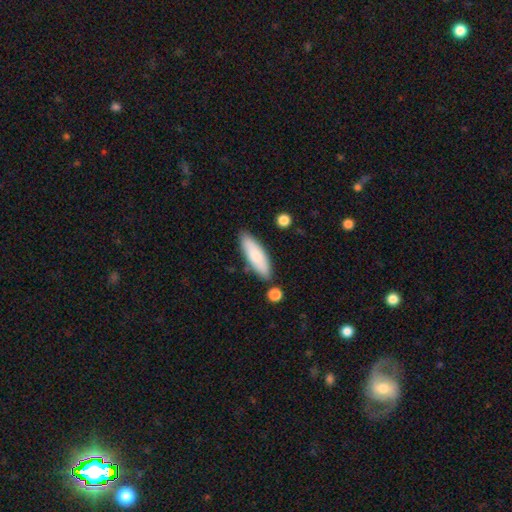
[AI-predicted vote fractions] Overall: smooth (81%). How rounded: cigar-shaped (50%; in between 49%). Merging: none (81%).